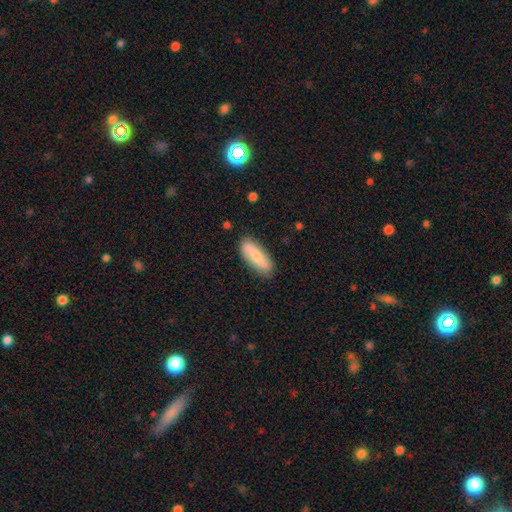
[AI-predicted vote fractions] A smooth galaxy with no disk features (59%) that is in between round and cigar-shaped (64%). Merging: none (83%).